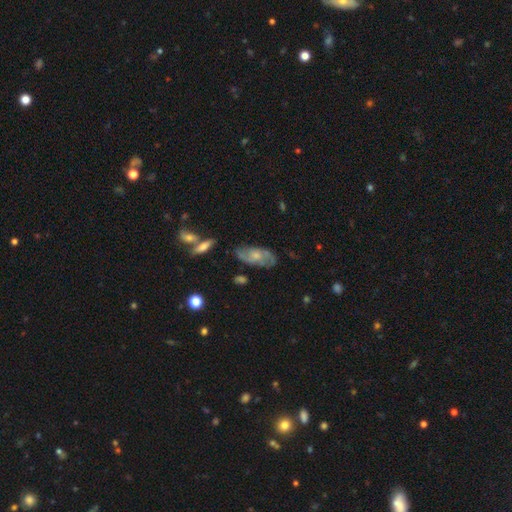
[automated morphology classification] featured or disk 68%, smooth 24%, star or artifact 7%. Down the decision tree: edge-on disk — no (93%); bar — no (72%); spiral arms — yes (87%); spiral arm count — 2 (63%); spiral winding — medium (46%); bulge size — small (49%); merging — none (68%).